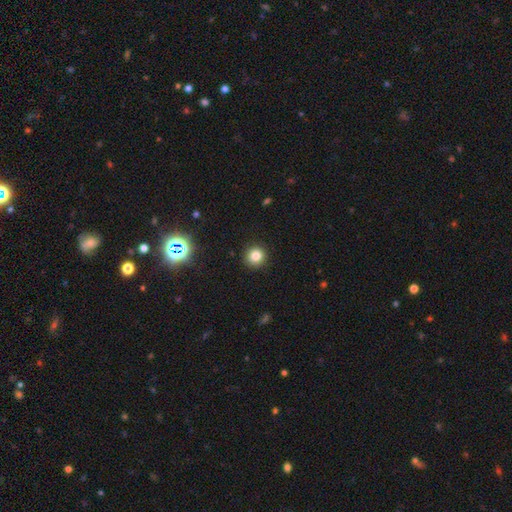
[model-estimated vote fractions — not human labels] This is clearly a smooth galaxy (81%). How rounded: clearly round (94%). Merging: clearly none (92%).